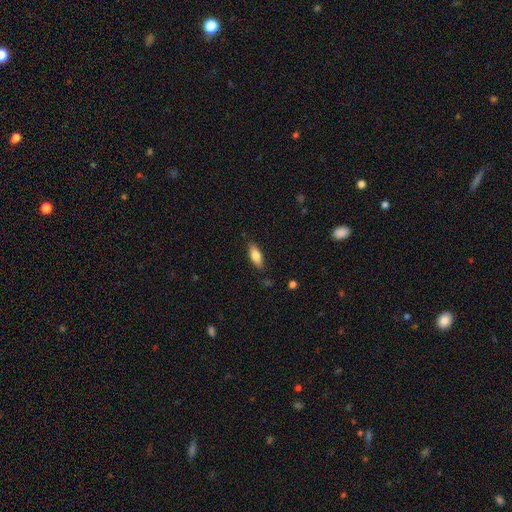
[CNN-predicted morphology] Smooth or featured? smooth (75%)
How rounded? in between (73%)
Merging? none (85%)